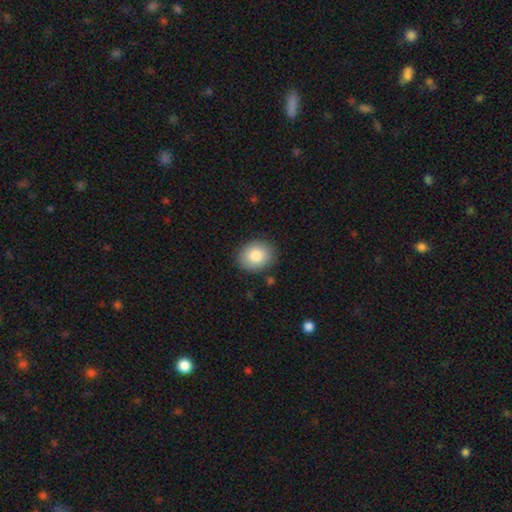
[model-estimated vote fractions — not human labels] Smooth or featured? Predicted: smooth (p=0.83). How rounded? Predicted: round (p=0.55). Merging? Predicted: none (p=0.88).